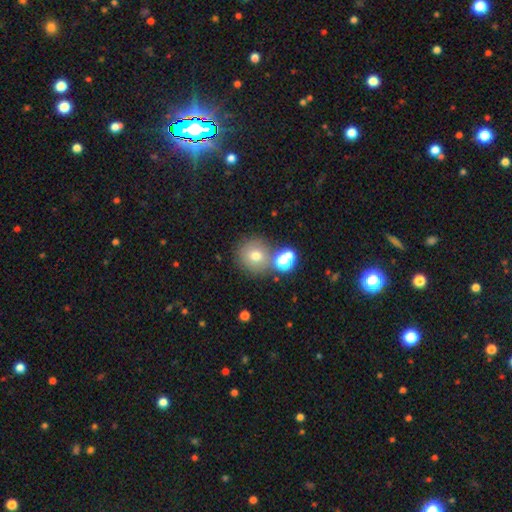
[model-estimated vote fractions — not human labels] smooth_or_featured: smooth (p=0.68) [alt: star or artifact p=0.18]
how_rounded: round (p=0.89) [alt: in between p=0.10]
merging: none (p=0.69) [alt: merger p=0.17]